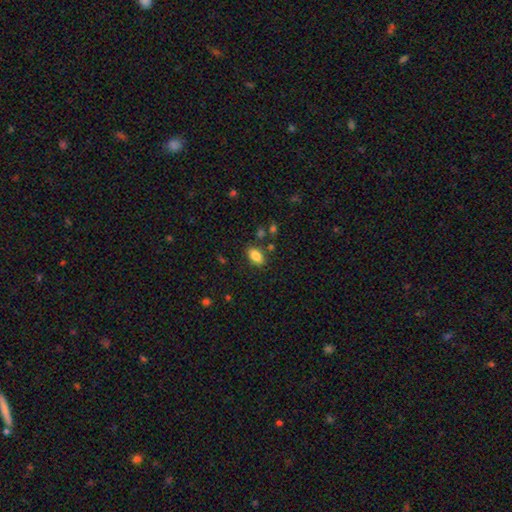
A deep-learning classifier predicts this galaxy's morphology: A smooth galaxy with no disk features (84%) that is in between round and cigar-shaped (90%). Merging: none (82%).